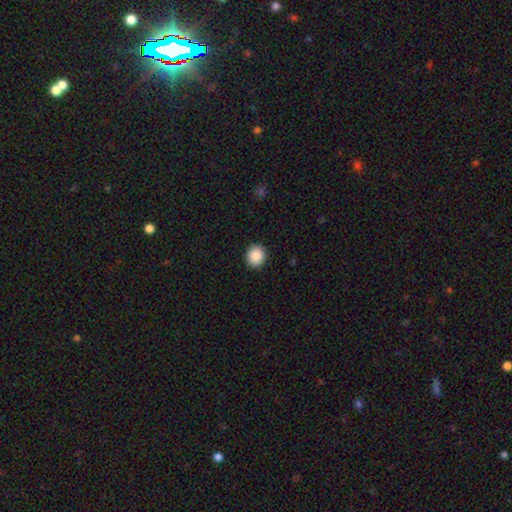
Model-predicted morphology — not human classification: smooth_or_featured: smooth (p=0.88) [alt: star or artifact p=0.08]
how_rounded: round (p=0.79) [alt: in between p=0.20]
merging: none (p=0.91) [alt: minor disturbance p=0.06]